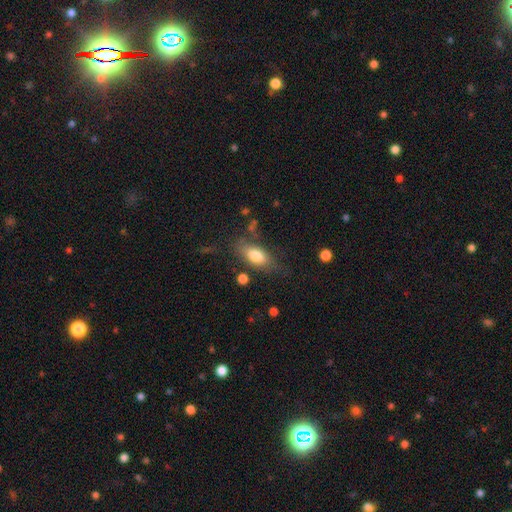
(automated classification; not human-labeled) smooth-or-featured: smooth: 76% | featured or disk: 16% | star or artifact: 7%
  how-rounded: in between: 85% | cigar-shaped: 11% | round: 4%
  merging: none: 66% | minor disturbance: 21% | major disturbance: 9% | merger: 4%